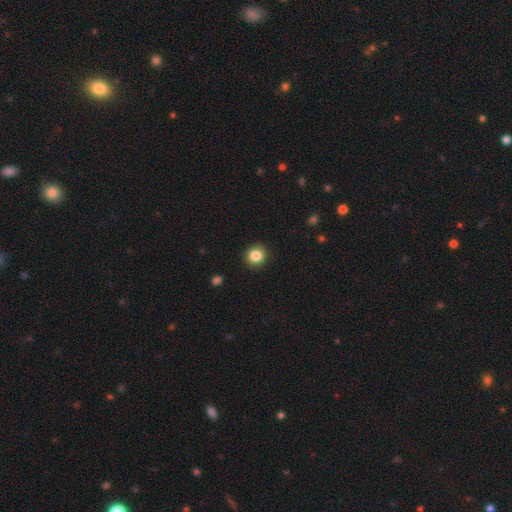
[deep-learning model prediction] Smooth or featured: smooth — 85% (star or artifact — 11%)
How rounded: round — 90% (in between — 9%)
Merging: none — 91% (minor disturbance — 6%)